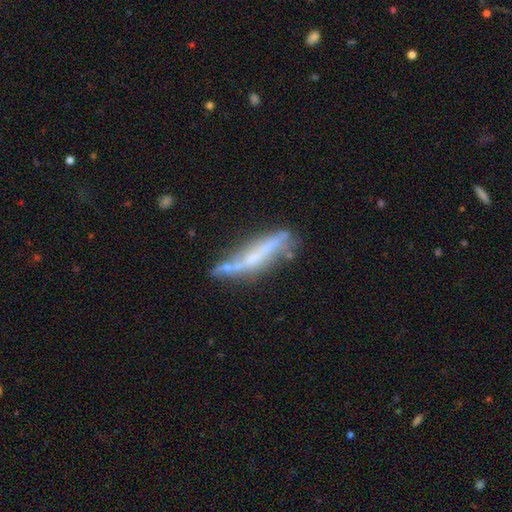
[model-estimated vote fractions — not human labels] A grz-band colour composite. It shows a featured or disk galaxy (63%) viewed edge-on (73%). Merging: none (52%).